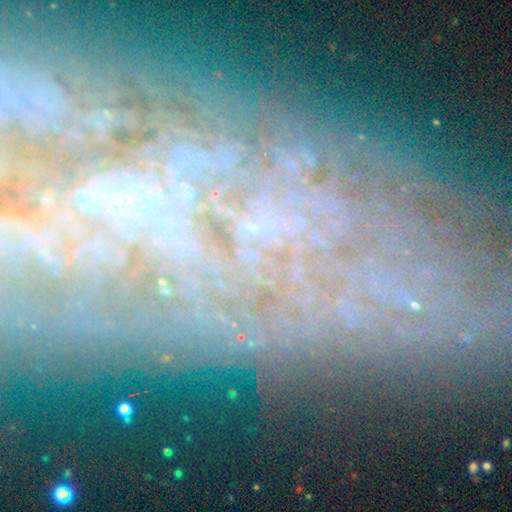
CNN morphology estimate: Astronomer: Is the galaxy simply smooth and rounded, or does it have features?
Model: star or artifact — 48% (runner-up: featured or disk, 37%).